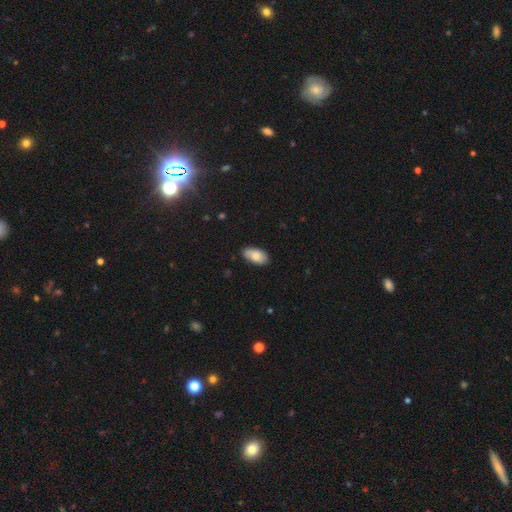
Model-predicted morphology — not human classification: This is likely a smooth galaxy (78%). How rounded: clearly in between (94%). Merging: likely none (80%).